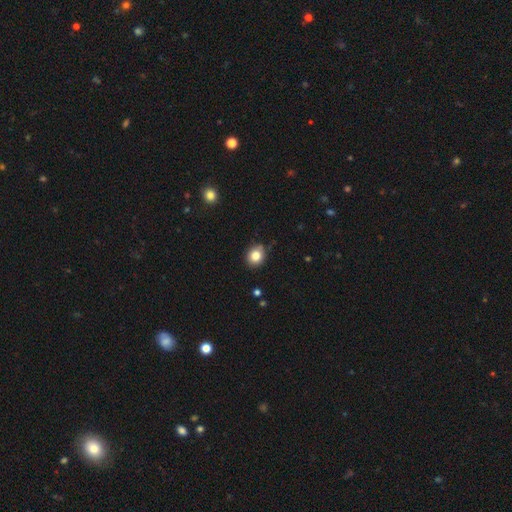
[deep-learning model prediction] smooth_or_featured: smooth (p=0.83) [alt: star or artifact p=0.10]
how_rounded: round (p=0.72) [alt: in between p=0.27]
merging: none (p=0.79) [alt: minor disturbance p=0.16]